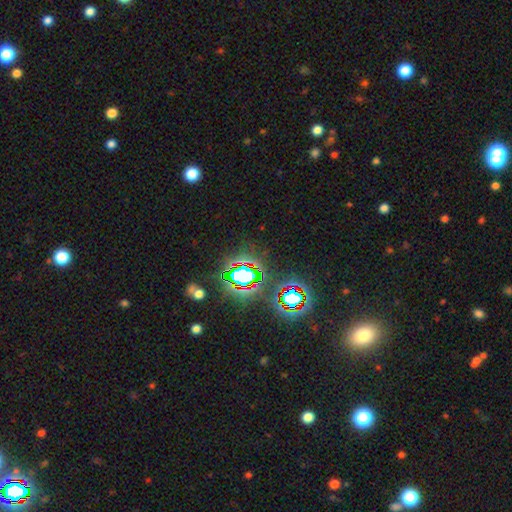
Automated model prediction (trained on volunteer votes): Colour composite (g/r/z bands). It shows a star or artifact, not a galaxy (77%).